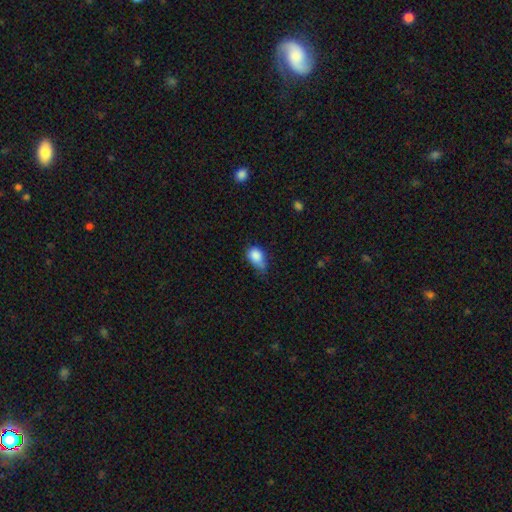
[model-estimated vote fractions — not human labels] Q: Smooth or featured?
A: smooth (83%); runner-up: star or artifact (9%)
Q: How rounded?
A: in between (71%); runner-up: round (27%)
Q: Merging?
A: minor disturbance (47%); runner-up: none (28%)